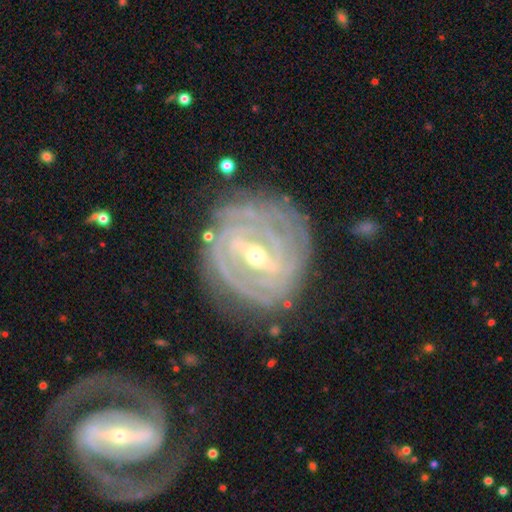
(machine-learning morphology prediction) type=featured or disk (90%); edge-on=no (94%); bar=strong (69%); spiral arms=yes (94%); winding=tight (82%); arm count=can't tell (32%); bulge=small (51%); merging=none (77%).